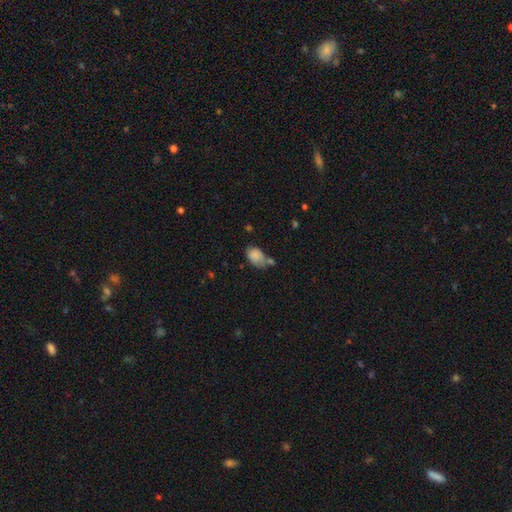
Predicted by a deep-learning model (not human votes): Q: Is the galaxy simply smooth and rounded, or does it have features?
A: smooth — 82%.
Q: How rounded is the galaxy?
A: in between — 84%.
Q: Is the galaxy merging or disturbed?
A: none — 43%.